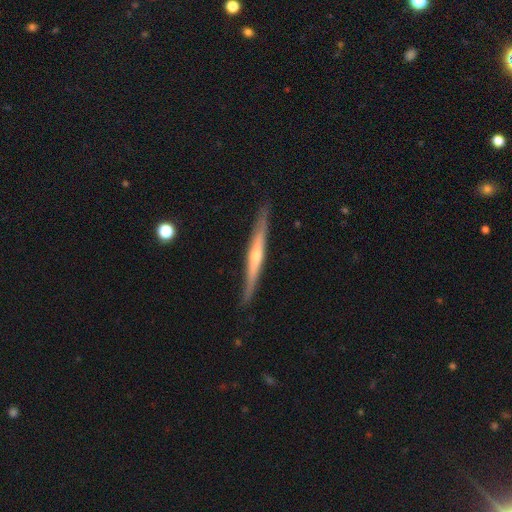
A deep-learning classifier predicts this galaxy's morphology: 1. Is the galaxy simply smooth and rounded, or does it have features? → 74% featured or disk, 20% smooth, 6% star or artifact.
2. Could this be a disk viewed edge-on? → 97% yes, 3% no.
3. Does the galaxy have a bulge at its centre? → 72% rounded, 24% none, 5% boxy.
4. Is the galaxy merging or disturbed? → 89% none, 8% minor disturbance, 1% major disturbance, 1% merger.